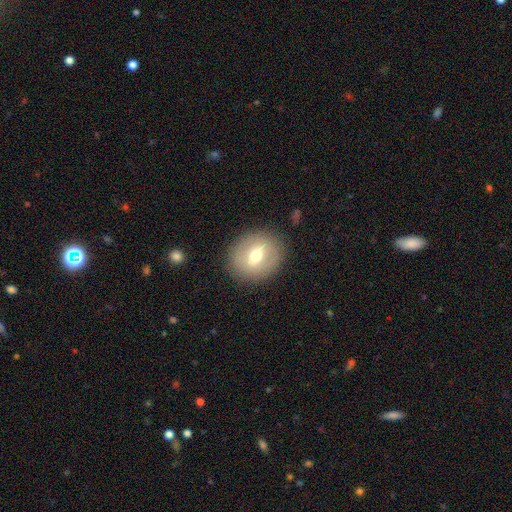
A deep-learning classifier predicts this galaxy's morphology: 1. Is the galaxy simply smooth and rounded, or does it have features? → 50% smooth, 41% featured or disk, 8% star or artifact.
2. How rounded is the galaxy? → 72% round, 27% in between, 1% cigar-shaped.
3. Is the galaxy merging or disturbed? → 87% none, 9% minor disturbance, 3% major disturbance, 1% merger.